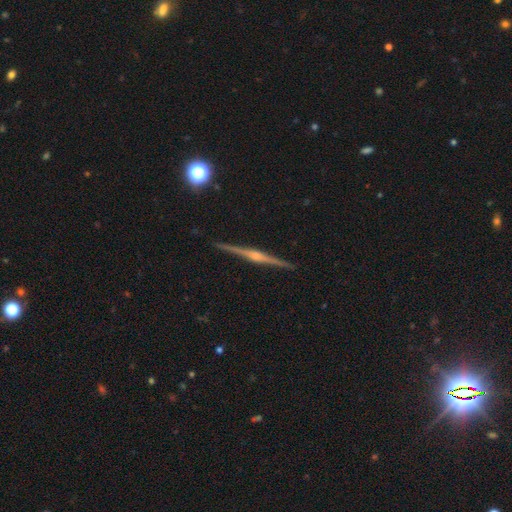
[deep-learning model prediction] Morphology: type=featured or disk (87%); edge-on=yes (99%); edge-on bulge=rounded (83%); merging=none (93%).